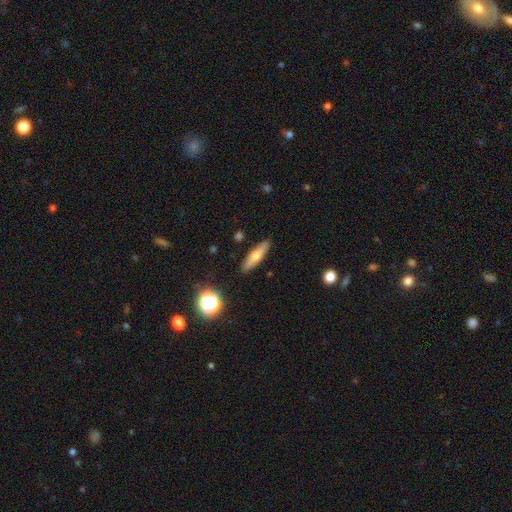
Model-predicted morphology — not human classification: Overall: smooth (60%; featured or disk 33%). How rounded: cigar-shaped (69%). Merging: none (89%).